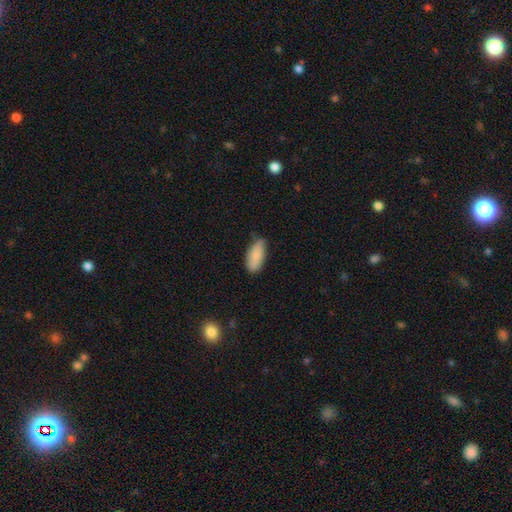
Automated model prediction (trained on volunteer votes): The model was most divided on "merging": none: 59%, minor disturbance: 34%, major disturbance: 5%, merger: 2%. More confident: how rounded — in between (87%); smooth or featured — smooth (85%).